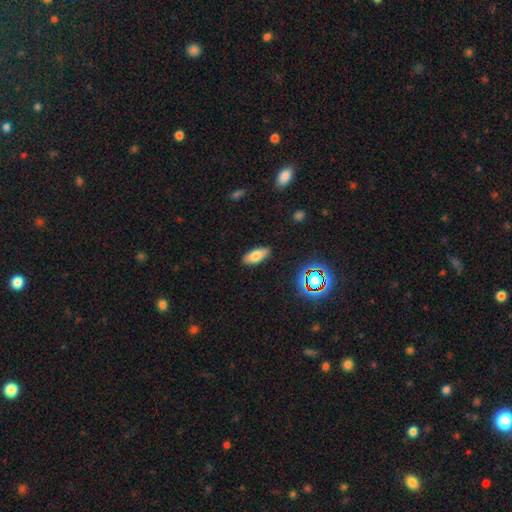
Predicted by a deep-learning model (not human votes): Overall: smooth (76%). How rounded: in between (85%). Merging: none (87%).